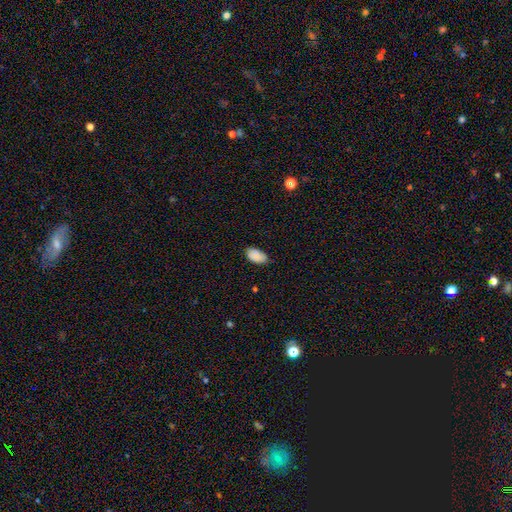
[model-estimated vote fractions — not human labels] smooth_or_featured: smooth (p=0.88) [alt: star or artifact p=0.07]
how_rounded: in between (p=0.95) [alt: round p=0.04]
merging: none (p=0.79) [alt: minor disturbance p=0.17]